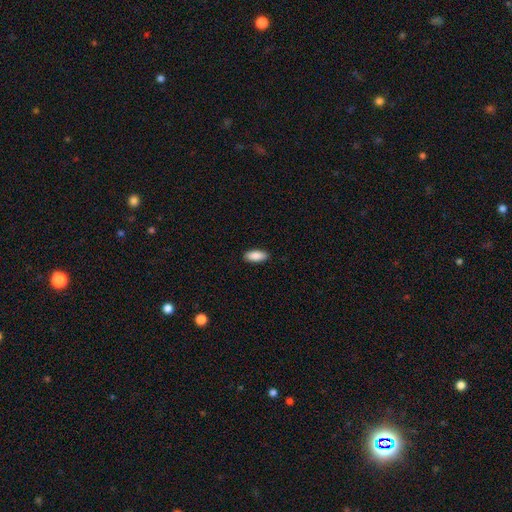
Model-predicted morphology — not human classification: smooth_or_featured: smooth (p=0.89) [alt: star or artifact p=0.06]
how_rounded: in between (p=0.88) [alt: cigar-shaped p=0.11]
merging: none (p=0.90) [alt: minor disturbance p=0.08]